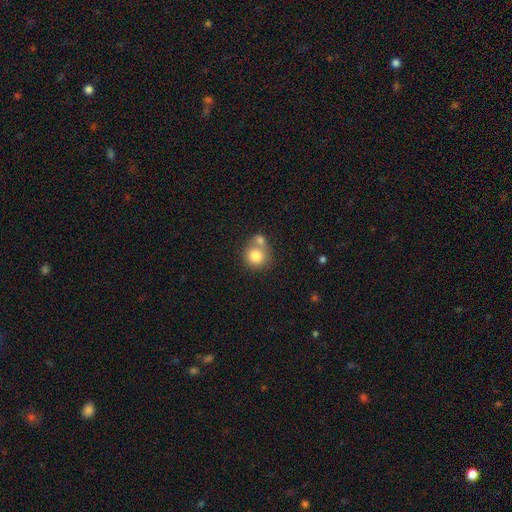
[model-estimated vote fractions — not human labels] Smooth or featured: smooth — 80% (featured or disk — 11%)
How rounded: round — 87% (in between — 13%)
Merging: none — 44% (merger — 43%)